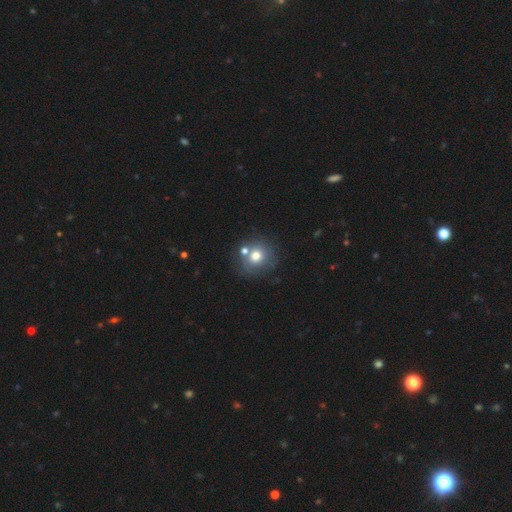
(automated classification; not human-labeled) This appears to be a smooth galaxy with no disk features (72%) that is round (85%). Merging: none (62%).